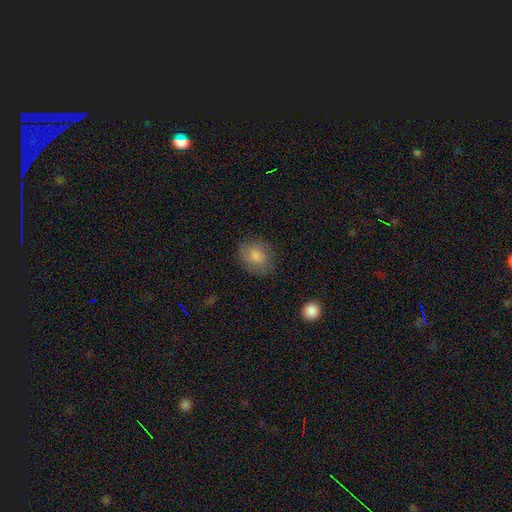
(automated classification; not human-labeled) smooth-or-featured: smooth: 76% | featured or disk: 14% | star or artifact: 10%
  how-rounded: in between: 52% | round: 47% | cigar-shaped: 1%
  merging: none: 76% | minor disturbance: 18% | major disturbance: 5% | merger: 1%